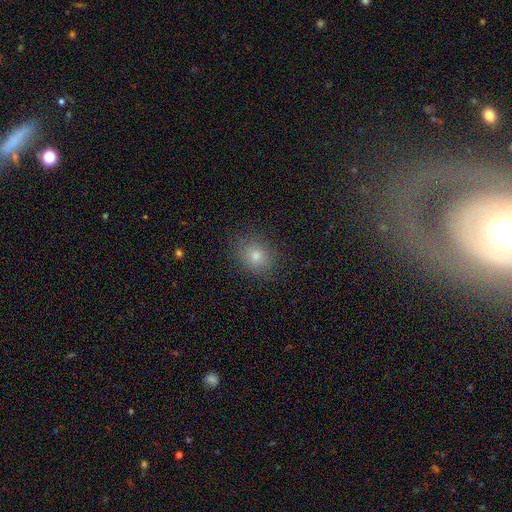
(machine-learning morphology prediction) Smooth or featured?
  - smooth: 76% *
  - star or artifact: 16%
  - featured or disk: 9%
How rounded?
  - round: 58% *
  - in between: 41%
  - cigar-shaped: 1%
Merging?
  - none: 87% *
  - minor disturbance: 9%
  - major disturbance: 3%
  - merger: 1%